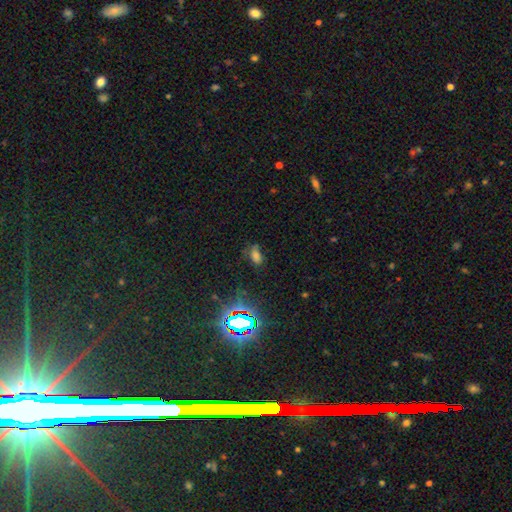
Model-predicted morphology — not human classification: The model was most divided on "smooth or featured": smooth: 59%, star or artifact: 31%, featured or disk: 11%. More confident: how rounded — in between (87%); merging — none (58%).